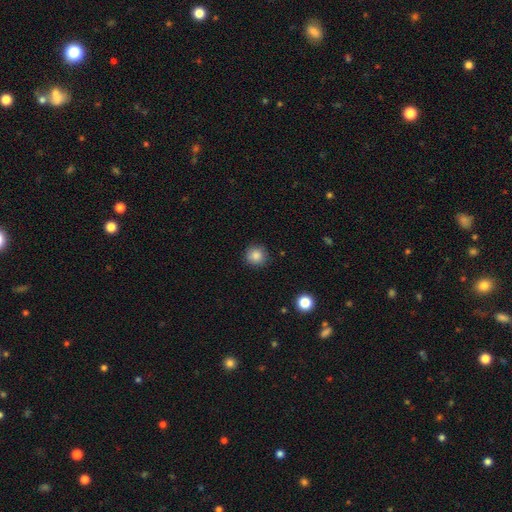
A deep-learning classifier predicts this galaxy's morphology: The model was most divided on "smooth or featured": smooth: 85%, star or artifact: 10%, featured or disk: 5%. More confident: how rounded — round (92%); merging — none (89%).